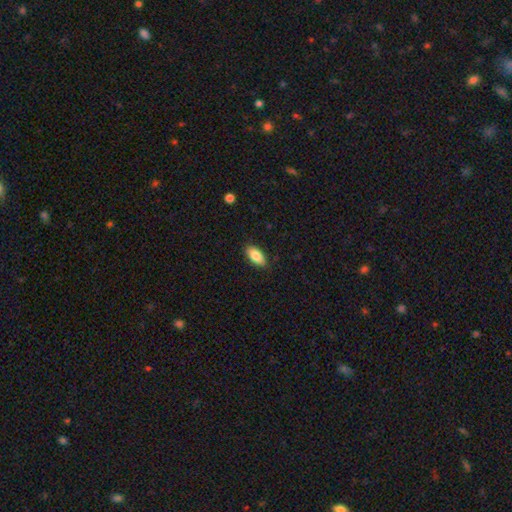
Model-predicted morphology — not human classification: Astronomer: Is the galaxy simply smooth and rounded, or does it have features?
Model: smooth — 86%.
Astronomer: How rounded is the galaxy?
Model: in between — 90%.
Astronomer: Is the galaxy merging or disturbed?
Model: none — 87%.